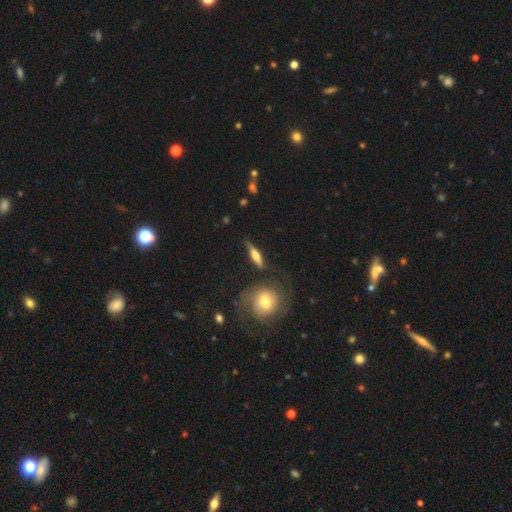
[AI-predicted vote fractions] Smooth or featured? smooth (47%)
Merging? none (74%)